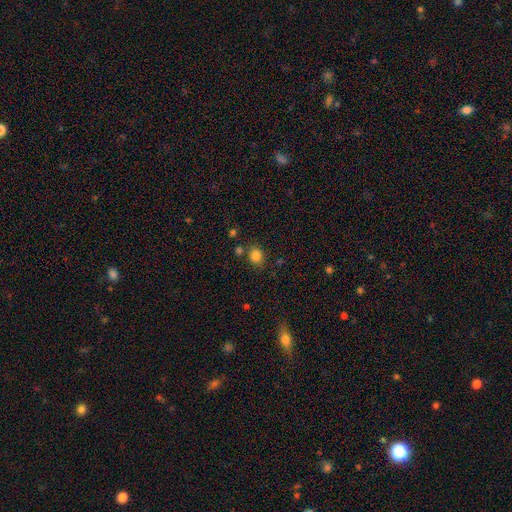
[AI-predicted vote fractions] smooth 82%, star or artifact 12%, featured or disk 6%. Down the decision tree: how rounded — round (67%); merging — none (78%).